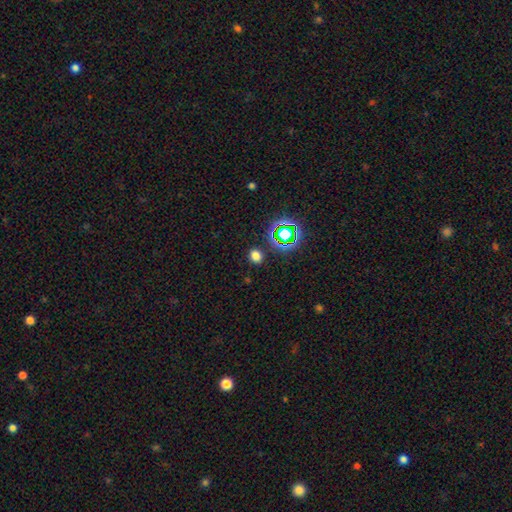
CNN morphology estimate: The model was most divided on "how rounded": round: 66%, in between: 33%, cigar-shaped: 1%. More confident: merging — none (87%); smooth or featured — smooth (71%).